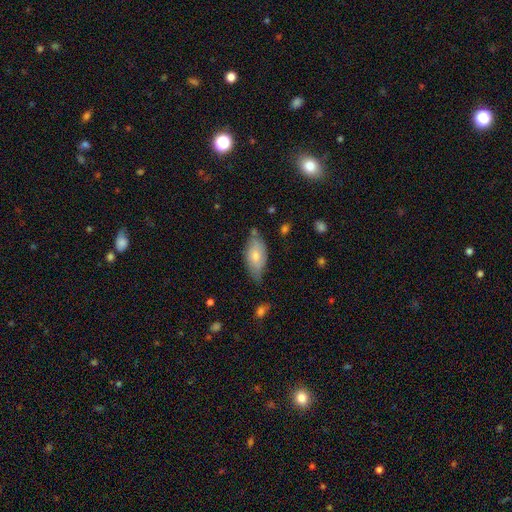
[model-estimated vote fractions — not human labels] A smooth galaxy with no disk features (69%) that is in between round and cigar-shaped (91%). Merging: none (54%).